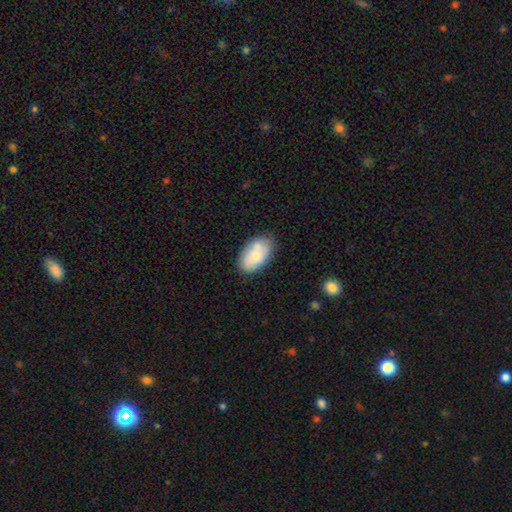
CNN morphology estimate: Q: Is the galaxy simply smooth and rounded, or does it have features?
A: smooth — 69%.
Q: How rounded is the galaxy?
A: in between — 92%.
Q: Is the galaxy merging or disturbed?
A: none — 71%.